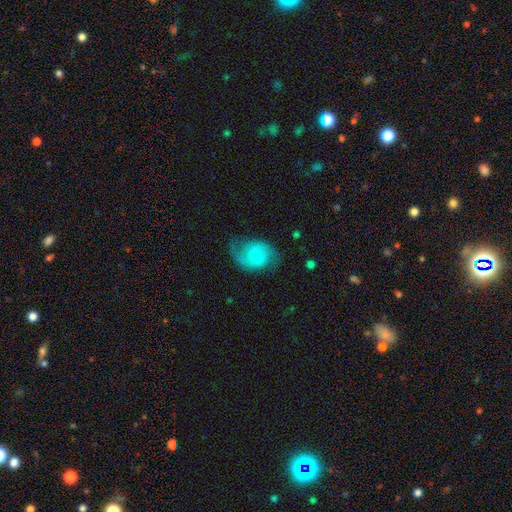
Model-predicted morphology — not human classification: smooth_or_featured: featured or disk (p=0.68) [alt: smooth p=0.26]
disk_edge_on: no (p=0.97) [alt: yes p=0.03]
bar: no (p=0.52) [alt: weak p=0.42]
has_spiral_arms: yes (p=0.93) [alt: no p=0.07]
spiral_winding: medium (p=0.48) [alt: loose p=0.33]
spiral_arm_count: 2 (p=0.84) [alt: 1 p=0.07]
bulge_size: small (p=0.47) [alt: moderate p=0.31]
merging: none (p=0.68) [alt: minor disturbance p=0.20]